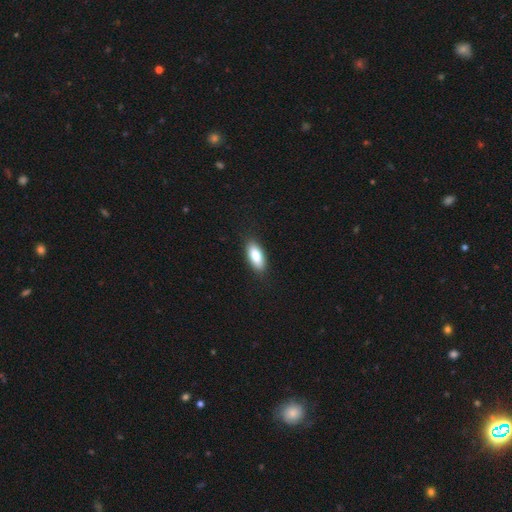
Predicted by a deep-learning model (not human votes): Morphology: type=smooth (85%); roundness=in between (81%); merging=none (87%).